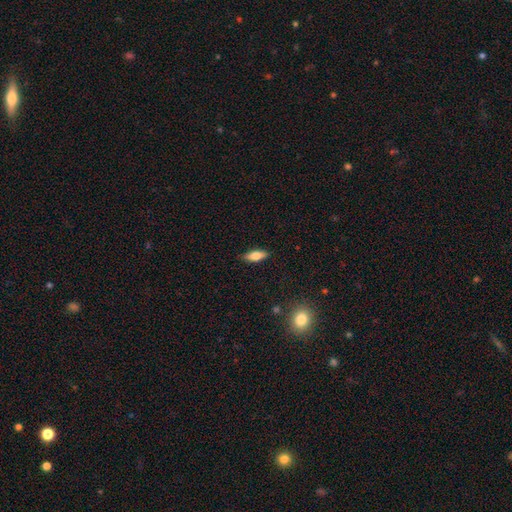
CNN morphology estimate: Smooth or featured? Predicted: smooth (p=0.74). How rounded? Predicted: in between (p=0.72). Merging? Predicted: none (p=0.87).